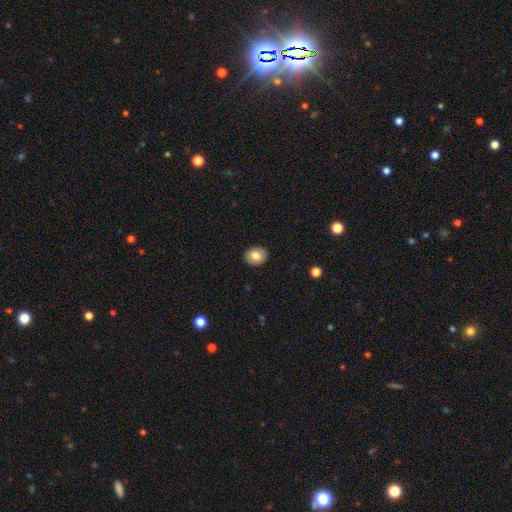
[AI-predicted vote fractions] Overall: smooth (80%). How rounded: in between (53%; round 46%). Merging: none (90%).